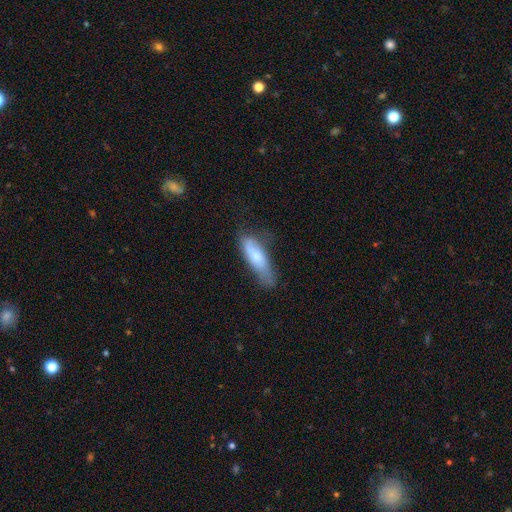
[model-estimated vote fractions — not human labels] Smooth or featured: smooth — 69% (featured or disk — 25%)
How rounded: in between — 49% (tied with cigar-shaped — 49%)
Merging: none — 51% (minor disturbance — 34%)